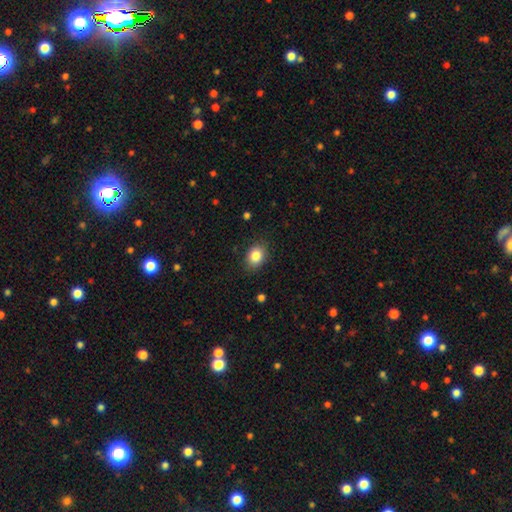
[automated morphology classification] The model was most divided on "how rounded": in between: 59%, round: 40%, cigar-shaped: 1%. More confident: merging — none (86%); smooth or featured — smooth (85%).